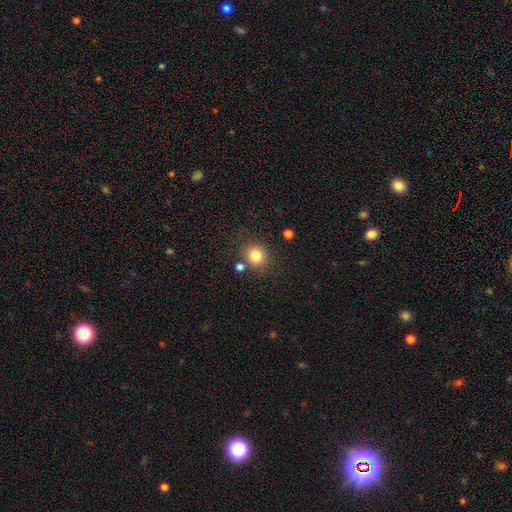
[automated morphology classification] Smooth or featured?
  - smooth: 81% *
  - star or artifact: 12%
  - featured or disk: 7%
How rounded?
  - round: 81% *
  - in between: 18%
  - cigar-shaped: 1%
Merging?
  - none: 77% *
  - minor disturbance: 11%
  - merger: 8%
  - major disturbance: 4%